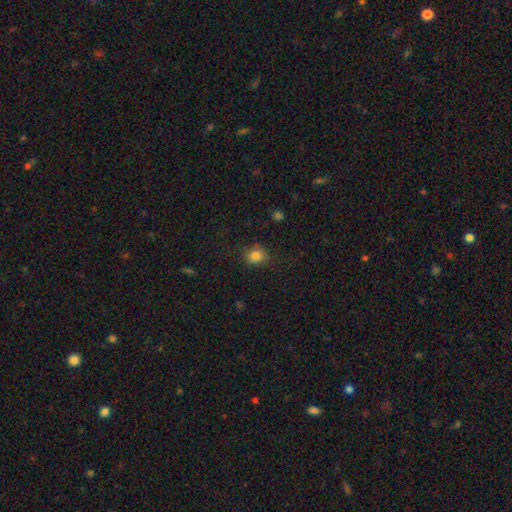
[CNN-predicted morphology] smooth-or-featured: smooth: 81% | star or artifact: 12% | featured or disk: 6%
  how-rounded: round: 75% | in between: 24% | cigar-shaped: 1%
  merging: none: 82% | minor disturbance: 13% | major disturbance: 4% | merger: 1%